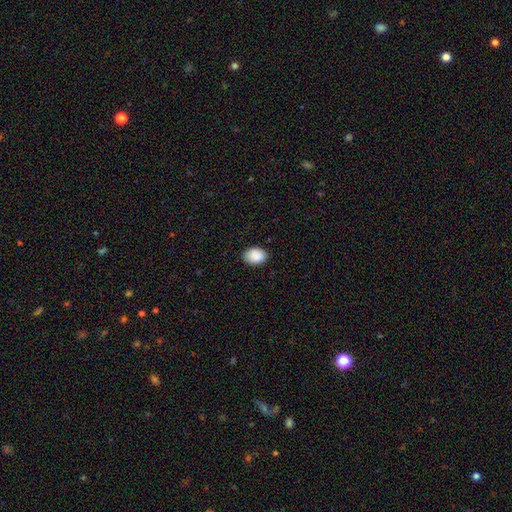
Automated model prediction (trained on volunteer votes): Q: Smooth or featured?
A: smooth (90%); runner-up: star or artifact (7%)
Q: How rounded?
A: in between (79%); runner-up: round (20%)
Q: Merging?
A: none (86%); runner-up: minor disturbance (11%)